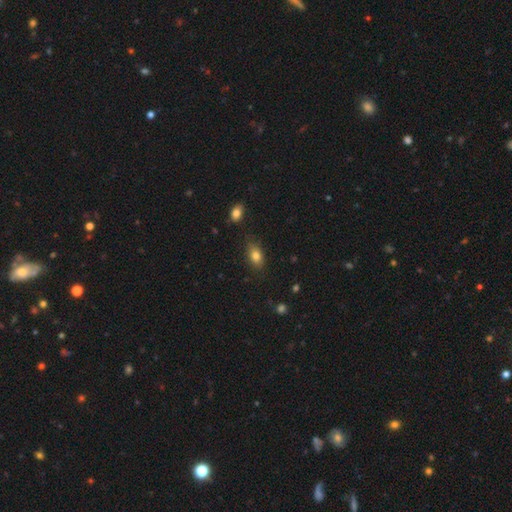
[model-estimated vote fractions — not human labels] A smooth galaxy with no disk features (82%) that is in between round and cigar-shaped (86%). Merging: none (79%).